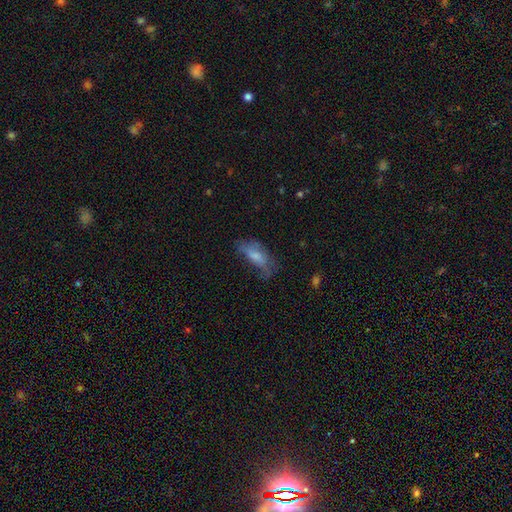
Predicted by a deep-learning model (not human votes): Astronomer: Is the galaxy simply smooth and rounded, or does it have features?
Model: smooth — 63%.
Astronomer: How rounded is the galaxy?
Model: in between — 71%.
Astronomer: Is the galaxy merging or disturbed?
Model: none — 41% (runner-up: minor disturbance, 31%).